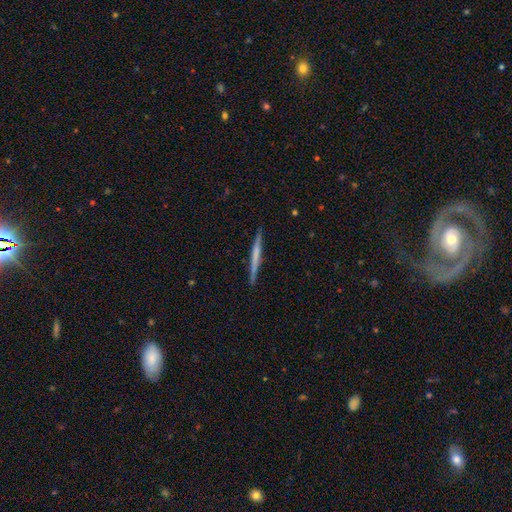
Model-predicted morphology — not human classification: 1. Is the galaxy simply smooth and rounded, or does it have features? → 49% featured or disk, 45% smooth, 5% star or artifact.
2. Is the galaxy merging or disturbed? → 90% none, 7% minor disturbance, 1% major disturbance, 1% merger.